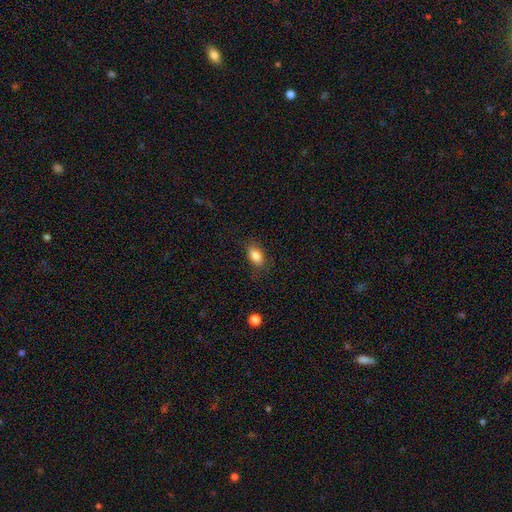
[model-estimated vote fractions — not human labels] This appears to be a smooth galaxy with no disk features (85%) that is in between round and cigar-shaped (89%). Merging: none (80%).